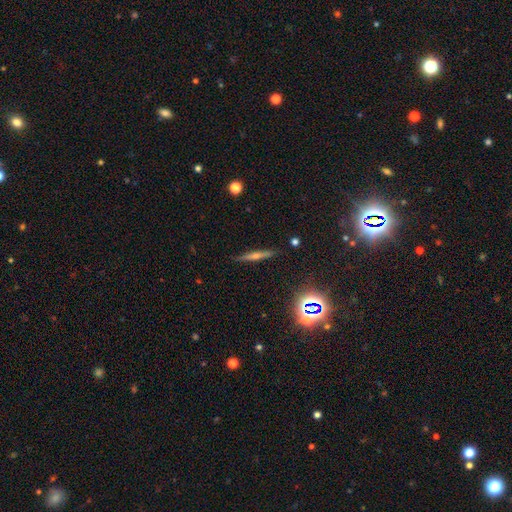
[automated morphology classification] Smooth or featured? Predicted: featured or disk (p=0.52). Edge-on disk? Predicted: yes (p=0.96). Edge-on bulge? Predicted: rounded (p=0.68). Merging? Predicted: none (p=0.90).